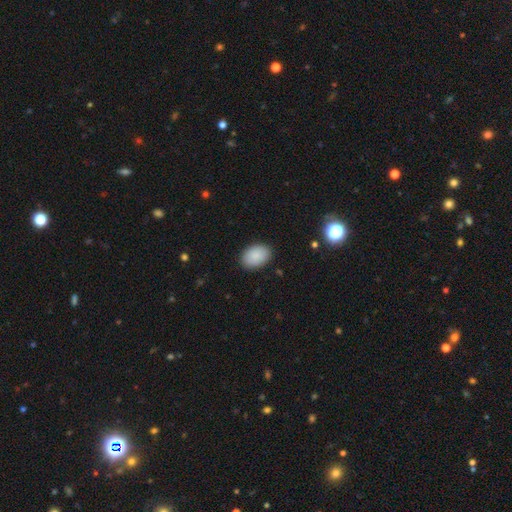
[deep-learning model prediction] Q: Smooth or featured?
A: smooth (89%); runner-up: star or artifact (7%)
Q: How rounded?
A: in between (86%); runner-up: round (13%)
Q: Merging?
A: none (89%); runner-up: minor disturbance (8%)